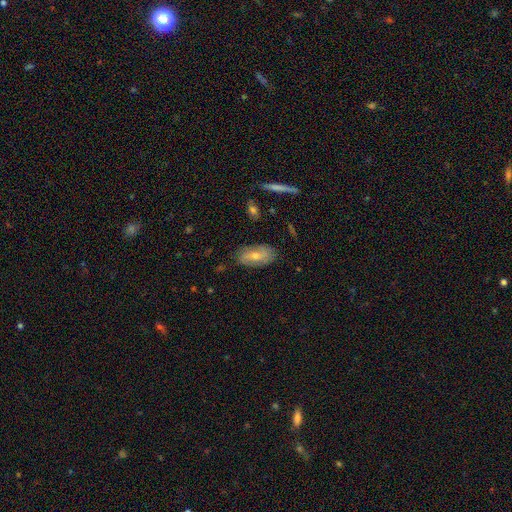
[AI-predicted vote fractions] A smooth galaxy with no disk features (52%) that is in between round and cigar-shaped (90%). Merging: none (77%).